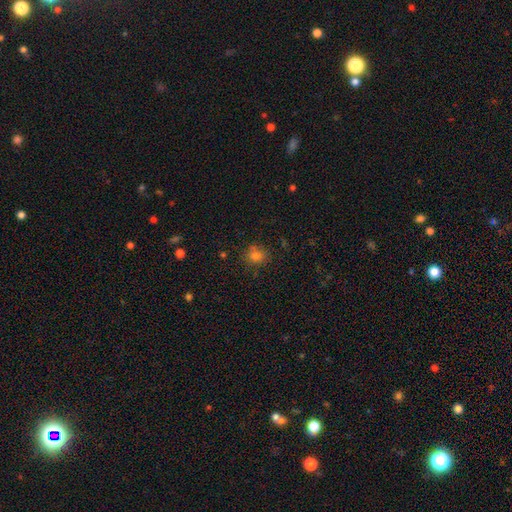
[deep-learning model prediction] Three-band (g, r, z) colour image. It shows a smooth galaxy with no disk features (76%) that is round (79%). Merging: none (80%).